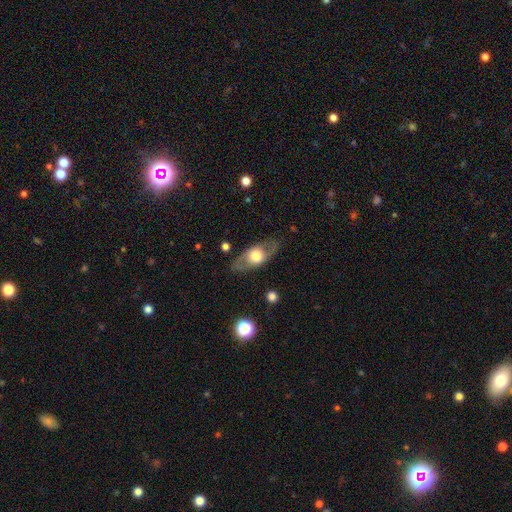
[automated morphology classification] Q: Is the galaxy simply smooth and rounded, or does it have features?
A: featured or disk — 51%.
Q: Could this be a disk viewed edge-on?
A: no — 61%.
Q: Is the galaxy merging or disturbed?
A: none — 81%.